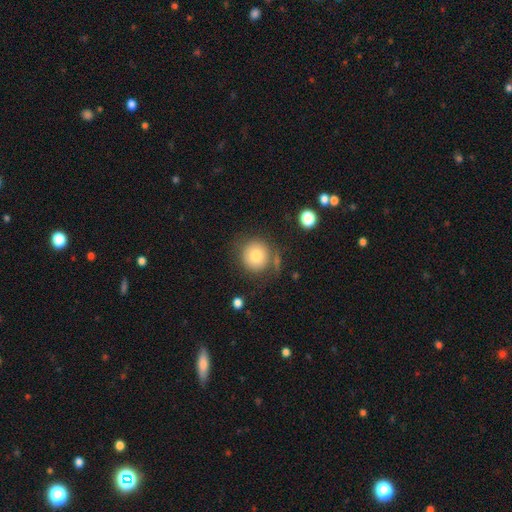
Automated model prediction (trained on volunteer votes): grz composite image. It shows a smooth galaxy with no disk features (78%) that is round (91%). Merging: none (71%).